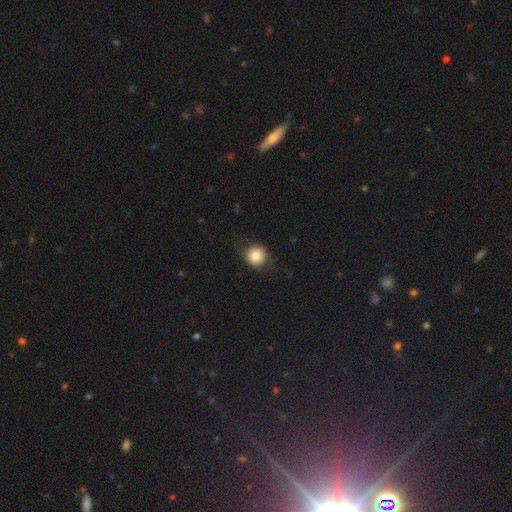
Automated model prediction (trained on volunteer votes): Smooth or featured: smooth — 83% (star or artifact — 9%)
How rounded: round — 93% (in between — 6%)
Merging: none — 83% (minor disturbance — 12%)